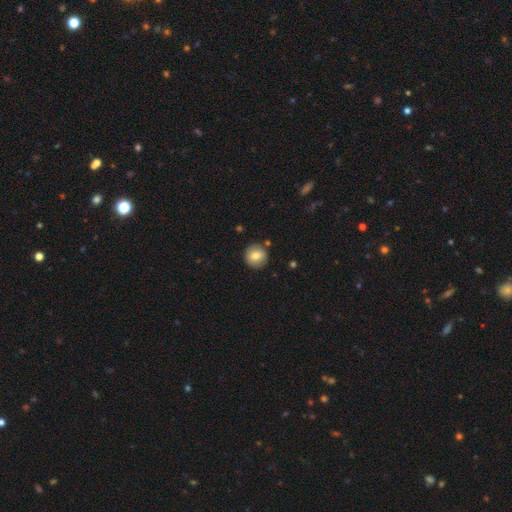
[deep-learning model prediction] The model was most divided on "smooth or featured": smooth: 77%, featured or disk: 15%, star or artifact: 9%. More confident: how rounded — round (94%); merging — none (87%).